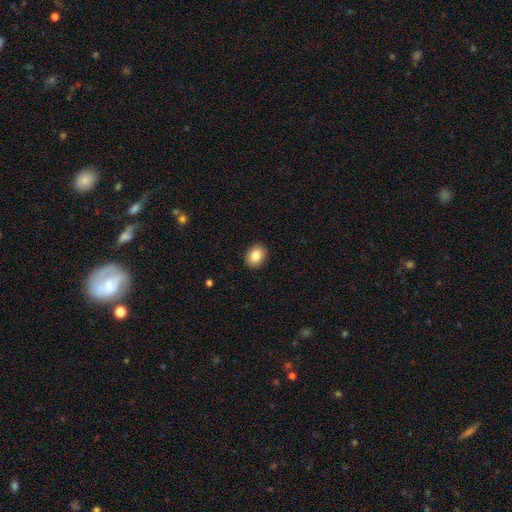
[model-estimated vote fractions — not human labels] Overall: smooth (85%). How rounded: in between (54%; round 45%). Merging: none (91%).